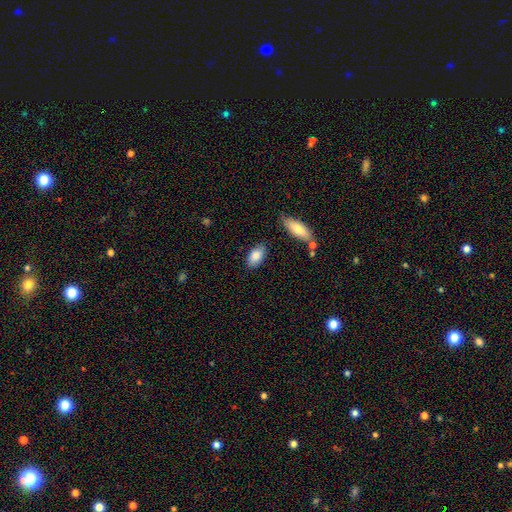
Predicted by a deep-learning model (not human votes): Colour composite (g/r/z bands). It shows a smooth galaxy with no disk features (85%) that is in between round and cigar-shaped (91%). Merging: none (80%).